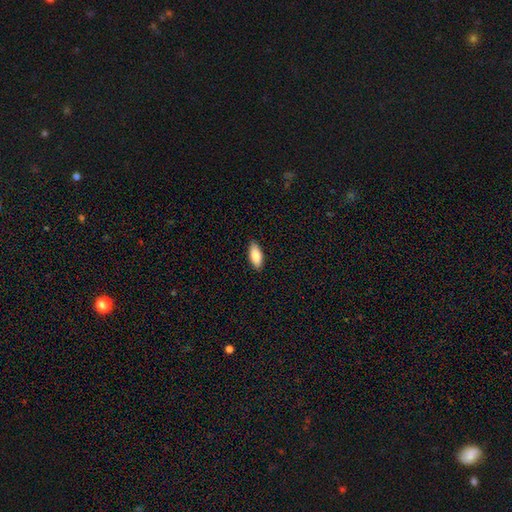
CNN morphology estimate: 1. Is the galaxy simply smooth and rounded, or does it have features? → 85% smooth, 9% featured or disk, 6% star or artifact.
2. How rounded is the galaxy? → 85% in between, 13% cigar-shaped, 2% round.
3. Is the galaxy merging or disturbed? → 89% none, 9% minor disturbance, 2% major disturbance, 1% merger.